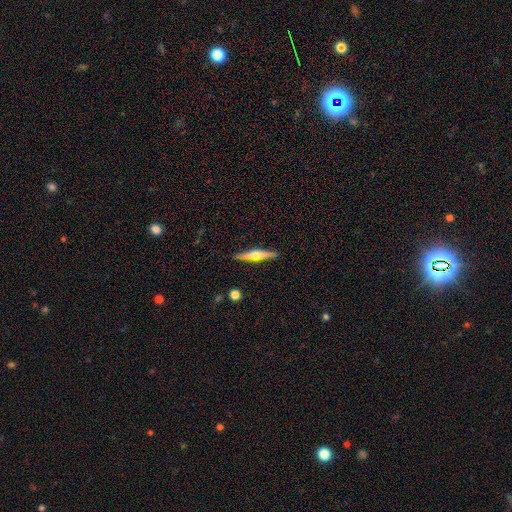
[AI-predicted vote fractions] The model was most divided on "smooth or featured": featured or disk: 67%, smooth: 27%, star or artifact: 6%. More confident: edge-on disk — yes (98%); merging — none (90%); edge-on bulge — rounded (89%).